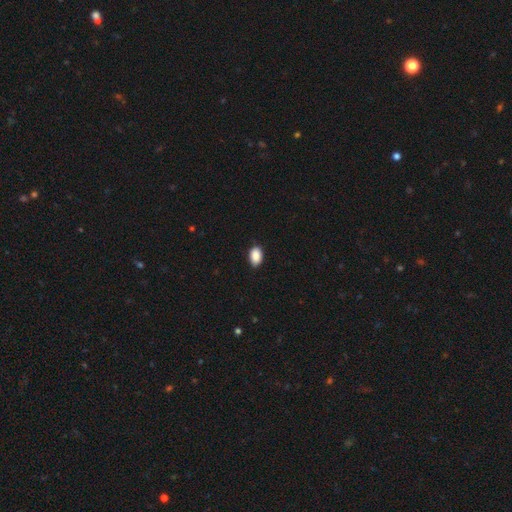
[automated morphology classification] A smooth galaxy with no disk features (90%) that is in between round and cigar-shaped (90%). Merging: none (87%).